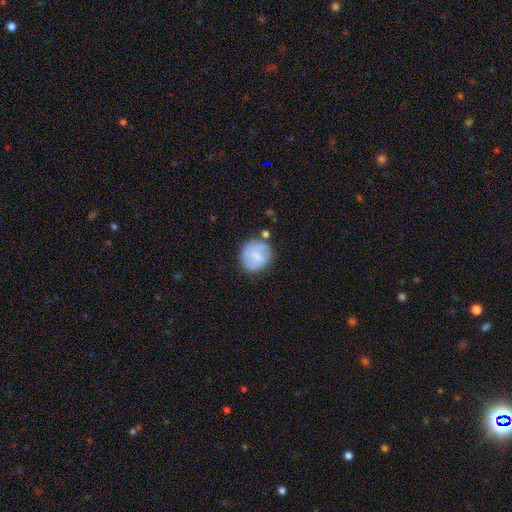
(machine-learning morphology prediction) Overall: smooth (71%). How rounded: round (87%). Merging: none (71%).